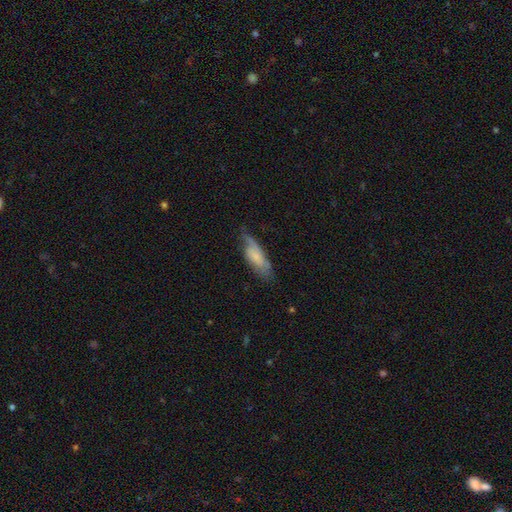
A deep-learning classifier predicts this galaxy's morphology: A smooth galaxy with no disk features (53%) that is in between round and cigar-shaped (65%).

Vote fractions:
- Smooth or featured? smooth: 53% / featured or disk: 40% / star or artifact: 7%
- How rounded? in between: 65% / cigar-shaped: 33% / round: 2%
- Merging? none: 52% / minor disturbance: 31% / major disturbance: 14% / merger: 2%